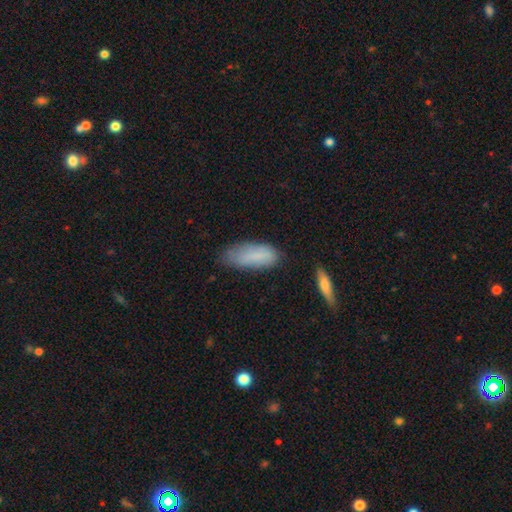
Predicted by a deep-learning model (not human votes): Smooth or featured? Predicted: smooth (p=0.80). How rounded? Predicted: in between (p=0.75). Merging? Predicted: none (p=0.55).